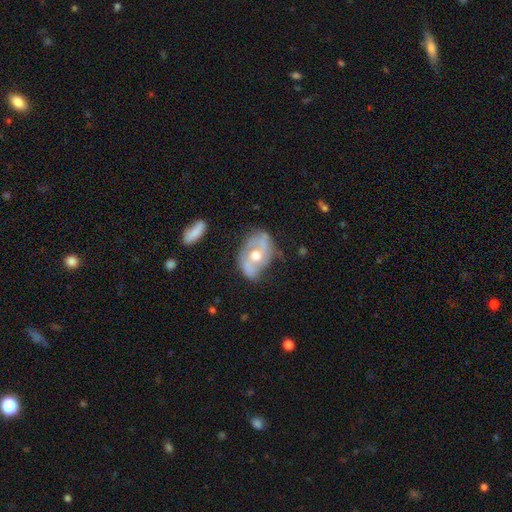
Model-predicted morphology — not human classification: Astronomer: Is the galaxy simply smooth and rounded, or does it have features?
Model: featured or disk — 71%.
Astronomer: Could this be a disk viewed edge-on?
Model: no — 95%.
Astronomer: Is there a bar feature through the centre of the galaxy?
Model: no — 61%.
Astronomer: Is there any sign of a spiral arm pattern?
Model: yes — 68%.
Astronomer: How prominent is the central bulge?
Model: moderate — 77%.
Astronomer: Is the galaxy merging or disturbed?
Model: none — 57%.